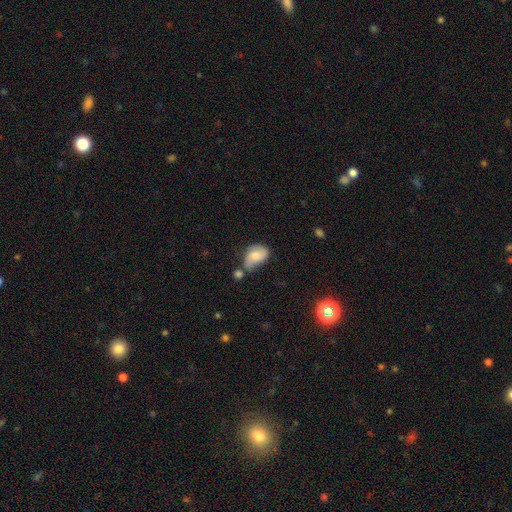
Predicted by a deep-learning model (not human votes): Smooth or featured? smooth (58%)
How rounded? in between (84%)
Merging? none (35%)